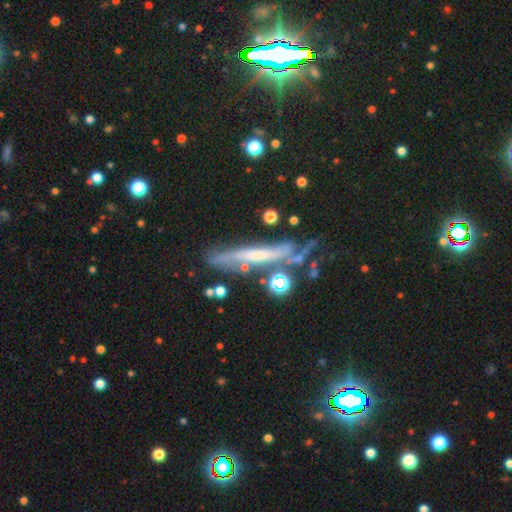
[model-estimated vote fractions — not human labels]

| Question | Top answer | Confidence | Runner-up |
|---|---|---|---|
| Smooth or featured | featured or disk | 63% | smooth (25%) |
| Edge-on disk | yes | 64% | no (36%) |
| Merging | none | 54% | minor disturbance (23%) |